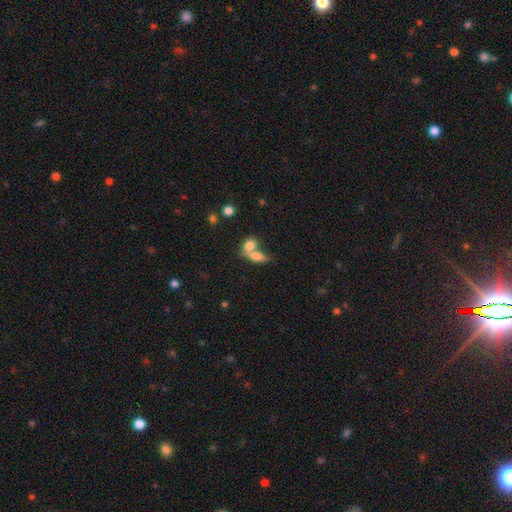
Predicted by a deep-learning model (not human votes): This is likely a smooth galaxy (73%). How rounded: likely in between (71%). Merging: possibly merger (59%).